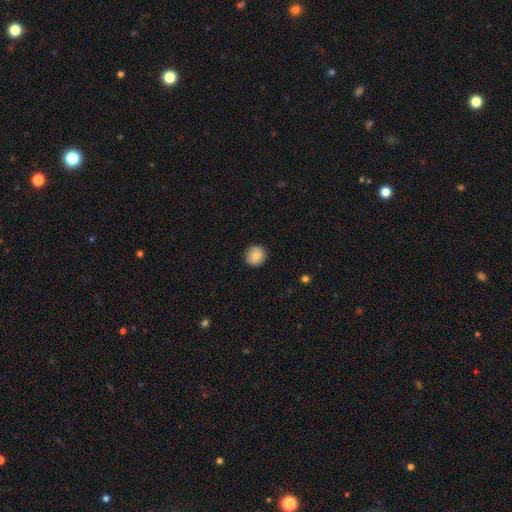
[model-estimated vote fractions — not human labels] The model was most divided on "smooth or featured": smooth: 87%, star or artifact: 8%, featured or disk: 5%. More confident: how rounded — round (93%); merging — none (91%).